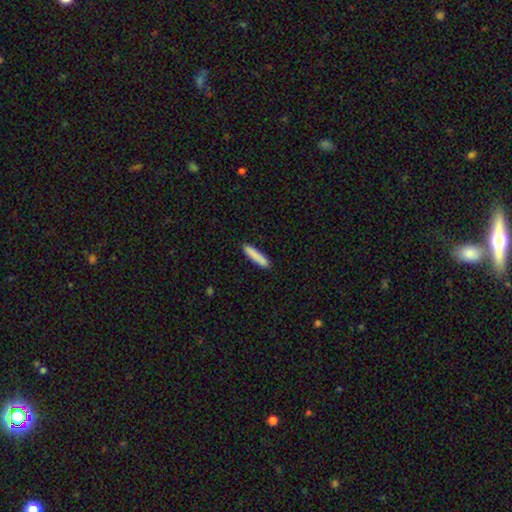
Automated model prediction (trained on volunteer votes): This is clearly a smooth galaxy (87%). How rounded: clearly cigar-shaped (88%). Merging: clearly none (89%).